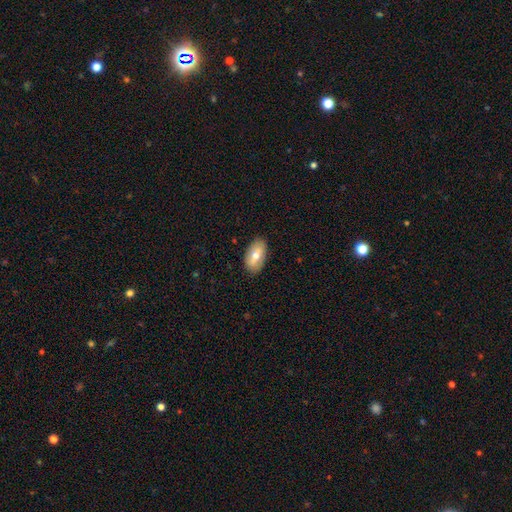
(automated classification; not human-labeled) The model was most divided on "smooth or featured": smooth: 65%, featured or disk: 29%, star or artifact: 6%. More confident: how rounded — in between (93%); merging — none (86%).